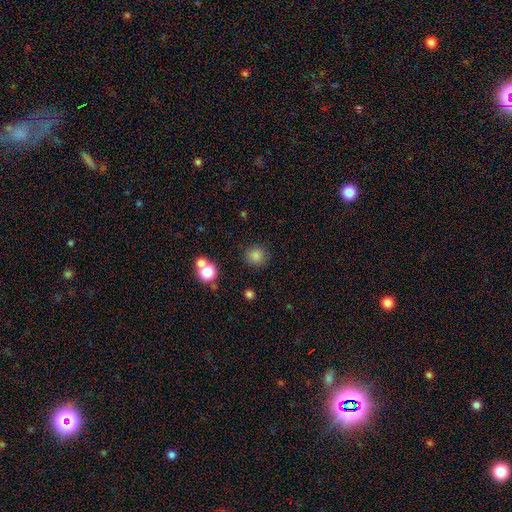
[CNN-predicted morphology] A smooth galaxy with no disk features (82%) that is round (92%).

Vote fractions:
- Smooth or featured? smooth: 82% / star or artifact: 13% / featured or disk: 5%
- How rounded? round: 92% / in between: 7% / cigar-shaped: 1%
- Merging? none: 85% / minor disturbance: 8% / merger: 4% / major disturbance: 3%